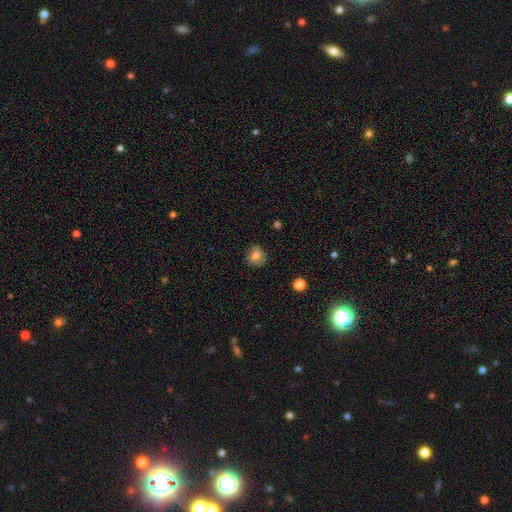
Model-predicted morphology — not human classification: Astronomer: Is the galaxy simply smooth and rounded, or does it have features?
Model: smooth — 78%.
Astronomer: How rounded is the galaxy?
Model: round — 85%.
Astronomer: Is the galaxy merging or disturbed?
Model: none — 82%.